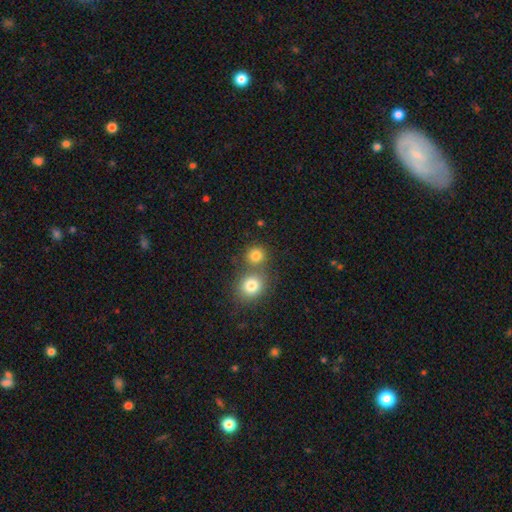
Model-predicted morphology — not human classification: A smooth galaxy with no disk features (80%) that is round (87%).

Vote fractions:
- Smooth or featured? smooth: 80% / star or artifact: 13% / featured or disk: 7%
- How rounded? round: 87% / in between: 12% / cigar-shaped: 1%
- Merging? none: 57% / merger: 34% / minor disturbance: 7% / major disturbance: 3%